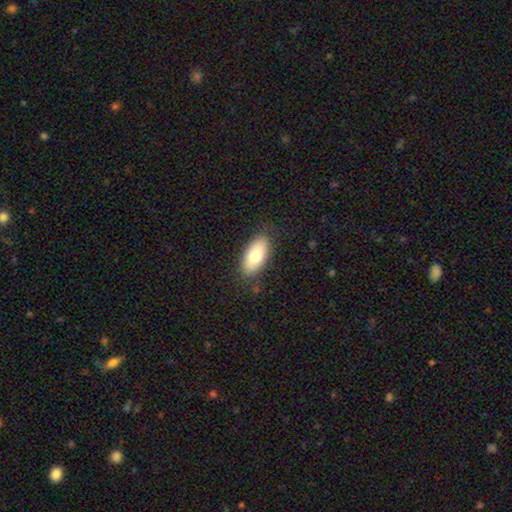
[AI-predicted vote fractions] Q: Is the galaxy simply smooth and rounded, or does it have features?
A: smooth — 76%.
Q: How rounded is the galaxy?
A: in between — 91%.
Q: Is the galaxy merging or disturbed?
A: none — 84%.